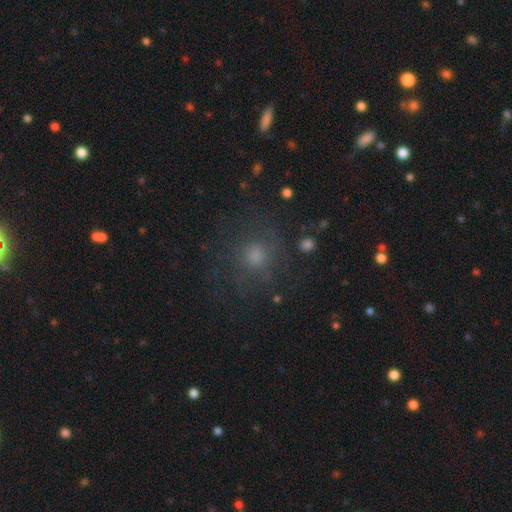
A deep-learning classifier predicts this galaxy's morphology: Q: Smooth or featured?
A: smooth (56%); runner-up: featured or disk (23%)
Q: How rounded?
A: round (85%); runner-up: in between (14%)
Q: Merging?
A: none (70%); runner-up: minor disturbance (15%)